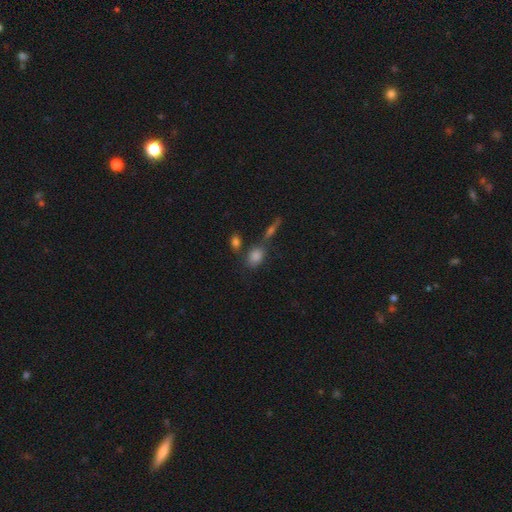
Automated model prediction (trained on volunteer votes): A smooth galaxy with no disk features (77%) that is in between round and cigar-shaped (69%). Merging: none (60%).